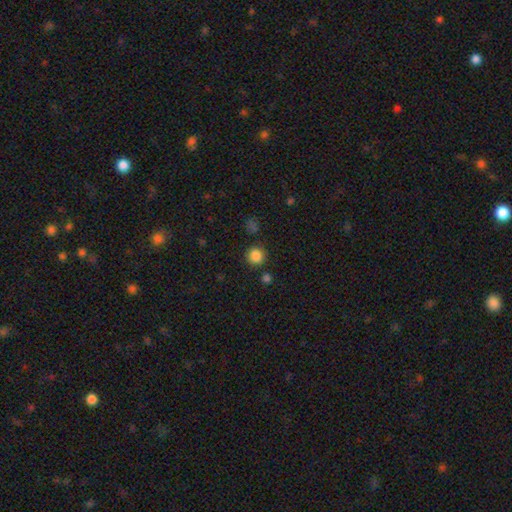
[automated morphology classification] smooth 85%, star or artifact 12%, featured or disk 4%. Down the decision tree: how rounded — round (93%); merging — none (86%).